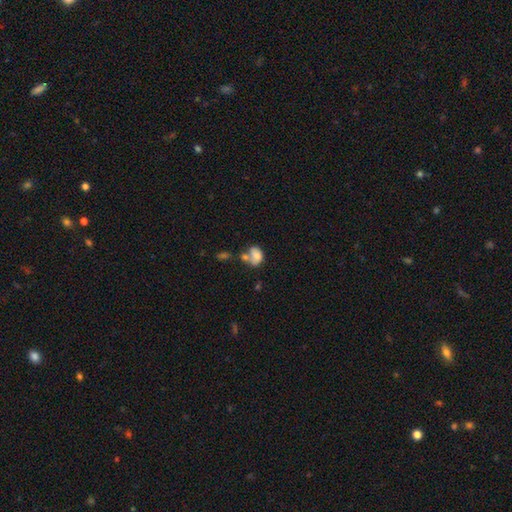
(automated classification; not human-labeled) Smooth or featured? Predicted: smooth (p=0.71). How rounded? Predicted: in between (p=0.75). Merging? Predicted: merger (p=0.43).